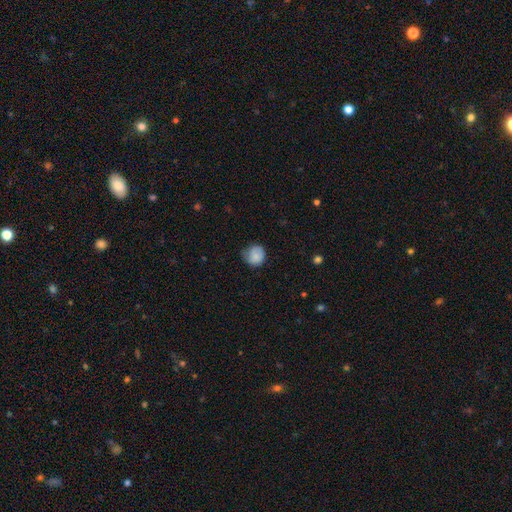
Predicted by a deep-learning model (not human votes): This appears to be a smooth galaxy with no disk features (83%) that is round (85%). Merging: none (60%).